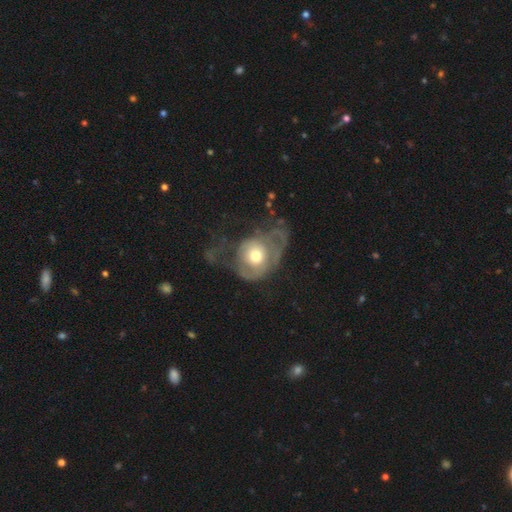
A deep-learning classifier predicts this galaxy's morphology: featured or disk 51%, smooth 42%, star or artifact 7%. Down the decision tree: edge-on disk — no (95%); merging — major disturbance (58%).